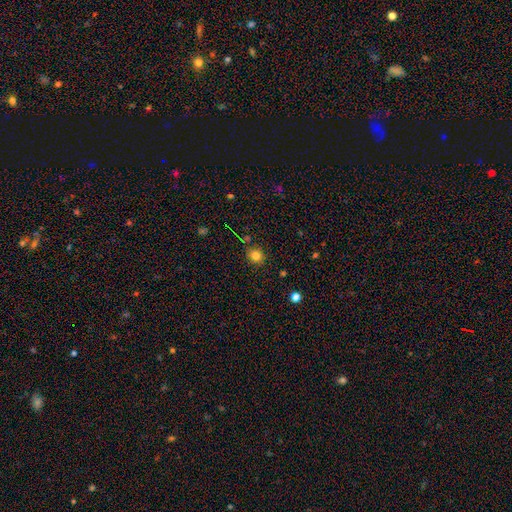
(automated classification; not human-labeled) Morphology: type=smooth (80%); roundness=round (84%); merging=none (85%).